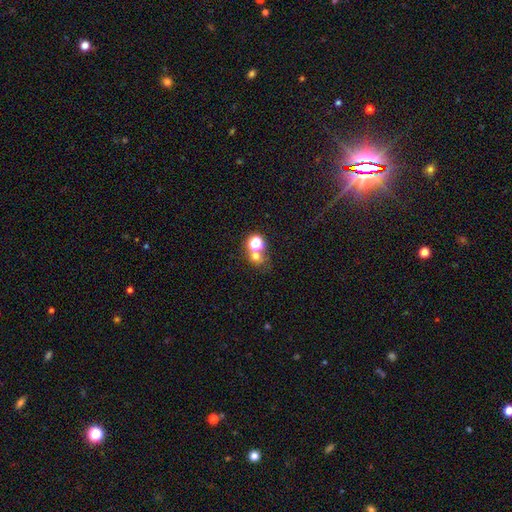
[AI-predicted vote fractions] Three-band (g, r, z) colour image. It shows a smooth galaxy with no disk features (61%) that is round (75%). Merging: none (46%).